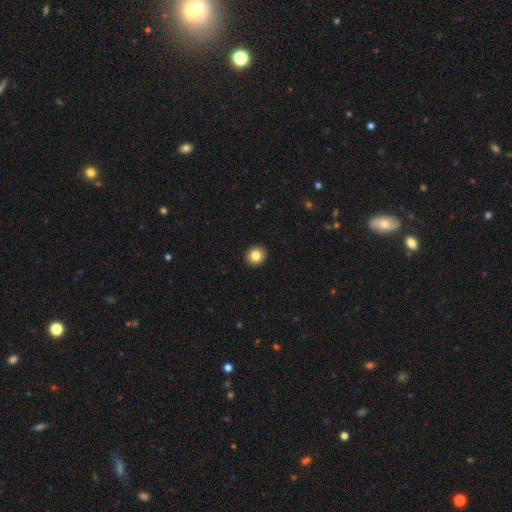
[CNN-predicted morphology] Smooth or featured: smooth — 83% (star or artifact — 10%)
How rounded: round — 88% (in between — 11%)
Merging: none — 93% (minor disturbance — 4%)